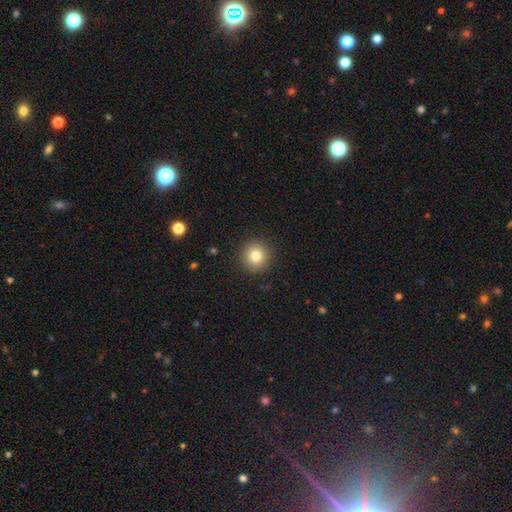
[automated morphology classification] smooth 81%, star or artifact 11%, featured or disk 8%. Down the decision tree: how rounded — round (94%); merging — none (91%).